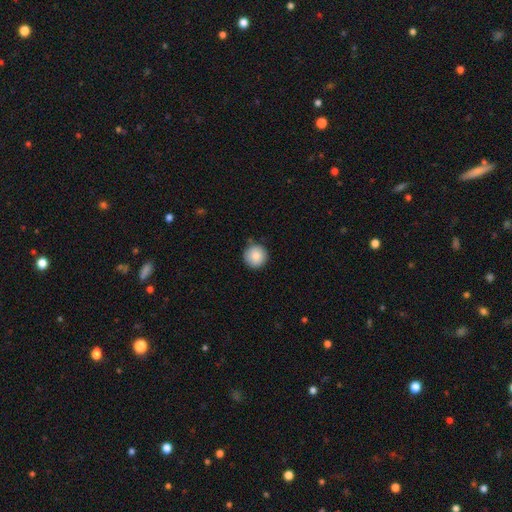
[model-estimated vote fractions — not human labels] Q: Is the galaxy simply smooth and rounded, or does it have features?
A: smooth — 85%.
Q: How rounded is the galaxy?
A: round — 96%.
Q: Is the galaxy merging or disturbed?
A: none — 87%.